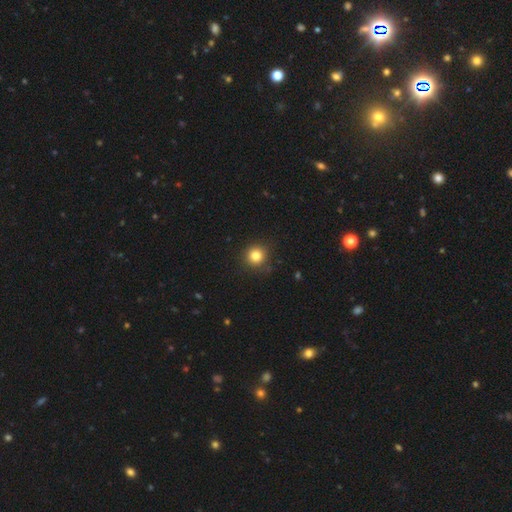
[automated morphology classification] Smooth or featured: smooth — 82% (star or artifact — 12%)
How rounded: round — 94% (in between — 6%)
Merging: none — 88% (minor disturbance — 8%)